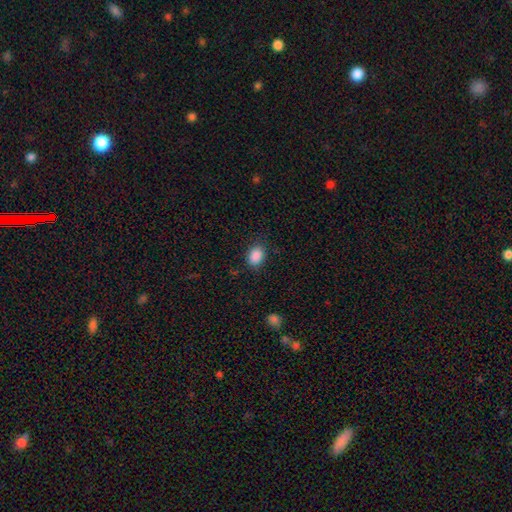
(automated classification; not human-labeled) Smooth or featured? smooth (88%)
How rounded? in between (73%)
Merging? none (83%)